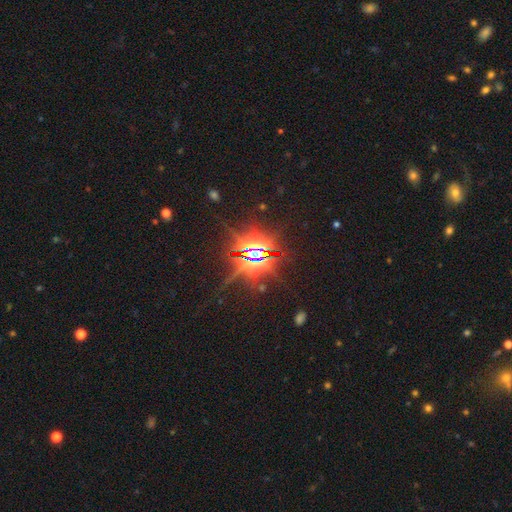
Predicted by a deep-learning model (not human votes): This appears to be a star or artifact, not a galaxy (84%).